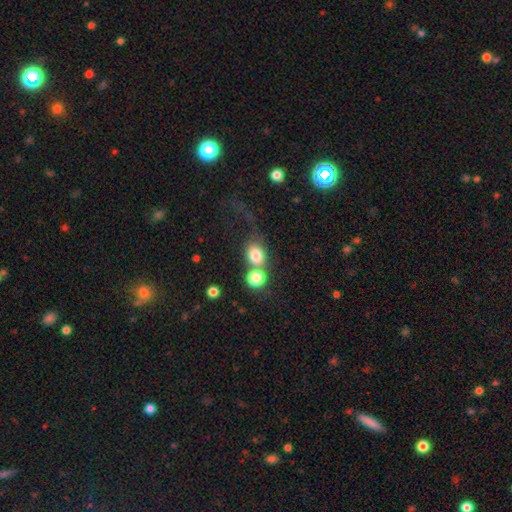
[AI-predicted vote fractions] smooth-or-featured: smooth: 79% | star or artifact: 11% | featured or disk: 10%
  how-rounded: round: 50% | in between: 48% | cigar-shaped: 2%
  merging: merger: 44% | none: 36% | minor disturbance: 10% | major disturbance: 10%